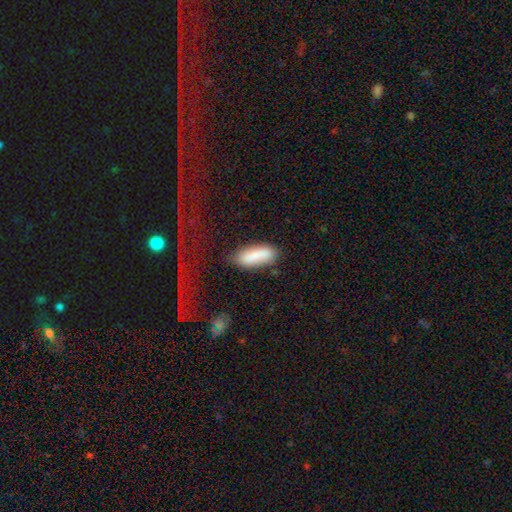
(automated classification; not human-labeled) The model was most divided on "how rounded": in between: 61%, cigar-shaped: 37%, round: 2%. More confident: smooth or featured — smooth (85%); merging — none (73%).